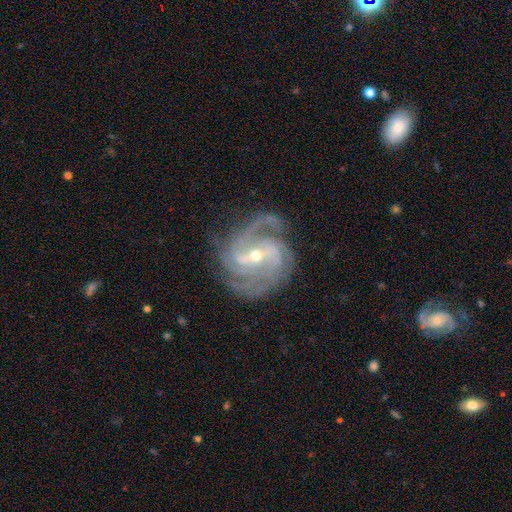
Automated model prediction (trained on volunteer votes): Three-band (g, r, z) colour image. It shows a featured or disk galaxy (92%) with a weak bar (44%), 3 (31%) tight (50%) spiral arms (98%) and a small central bulge (62%). Merging: none (73%).